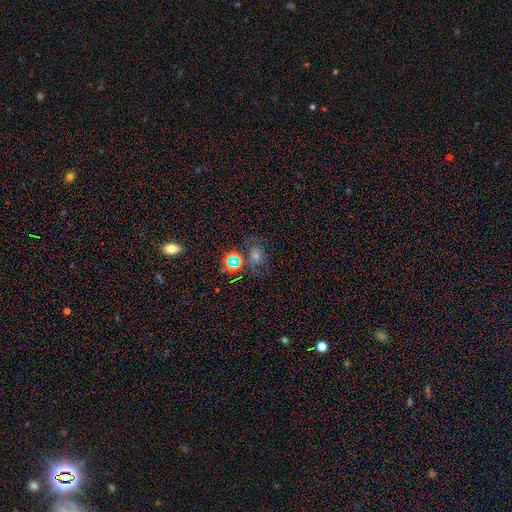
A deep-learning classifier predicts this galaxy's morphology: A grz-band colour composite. It shows a star or artifact, not a galaxy (42%).